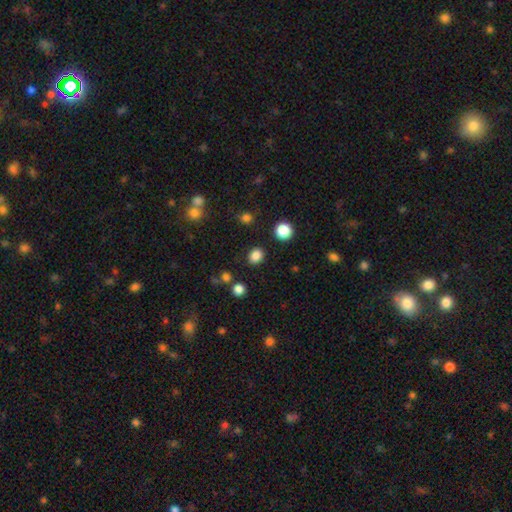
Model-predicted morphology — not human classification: A smooth galaxy with no disk features (84%) that is round (66%).

Vote fractions:
- Smooth or featured? smooth: 84% / star or artifact: 12% / featured or disk: 4%
- How rounded? round: 66% / in between: 33% / cigar-shaped: 1%
- Merging? none: 87% / minor disturbance: 8% / major disturbance: 3% / merger: 3%